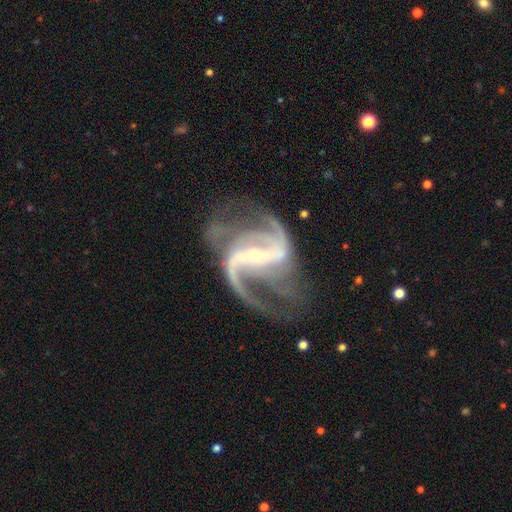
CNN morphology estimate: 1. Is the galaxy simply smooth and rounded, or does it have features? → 93% featured or disk, 5% star or artifact, 2% smooth.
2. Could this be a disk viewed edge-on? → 98% no, 2% yes.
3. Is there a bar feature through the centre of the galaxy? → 69% strong, 23% weak, 8% no.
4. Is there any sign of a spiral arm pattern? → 98% yes, 2% no.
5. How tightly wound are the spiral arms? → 46% loose, 45% medium, 9% tight.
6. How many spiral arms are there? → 66% 2, 15% 3, 5% can't tell, 5% 4, 4% 1, 4% more than 4.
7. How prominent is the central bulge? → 79% small, 17% moderate, 2% none, 1% large, 1% dominant.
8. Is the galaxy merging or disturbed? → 62% none, 19% major disturbance, 16% minor disturbance, 3% merger.